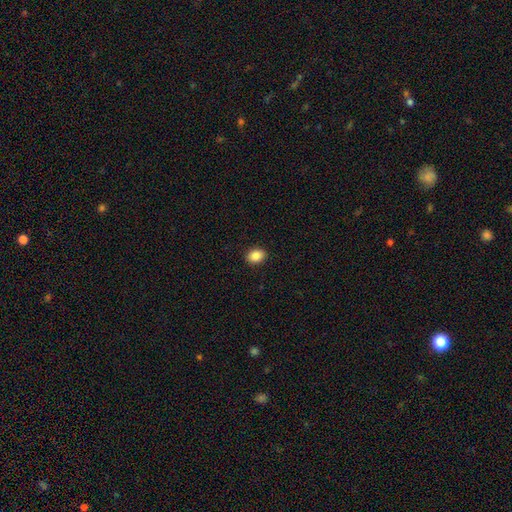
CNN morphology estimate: Smooth or featured? smooth (88%)
How rounded? in between (66%)
Merging? none (91%)